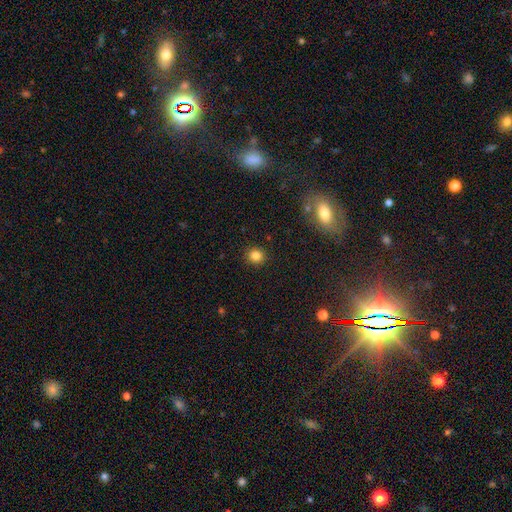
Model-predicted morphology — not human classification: This is clearly a smooth galaxy (84%). How rounded: clearly round (90%). Merging: clearly none (91%).